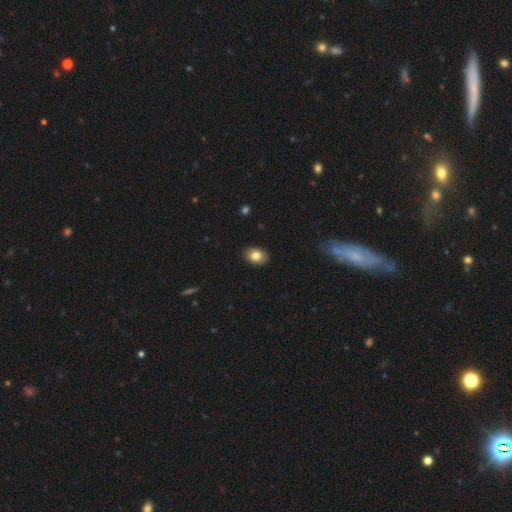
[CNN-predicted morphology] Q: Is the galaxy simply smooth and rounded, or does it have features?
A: smooth — 82%.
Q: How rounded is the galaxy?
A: in between — 75%.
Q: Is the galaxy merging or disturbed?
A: none — 89%.